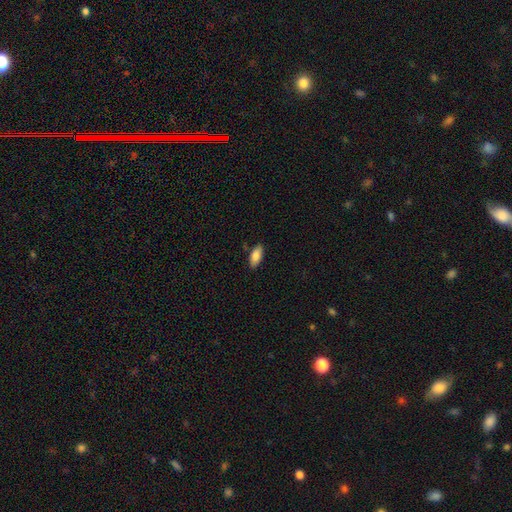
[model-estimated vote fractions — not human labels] smooth 84%, featured or disk 9%, star or artifact 7%. Down the decision tree: how rounded — in between (87%); merging — none (86%).